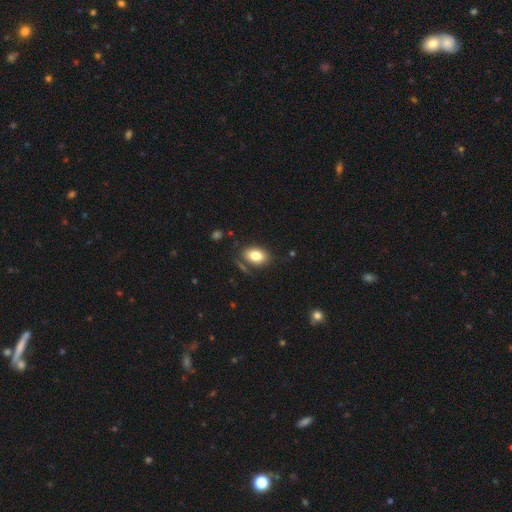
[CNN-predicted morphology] This is clearly a smooth galaxy (80%). How rounded: clearly in between (85%). Merging: likely none (76%).